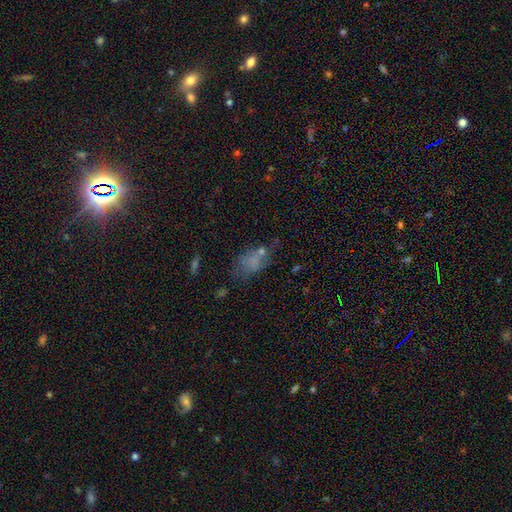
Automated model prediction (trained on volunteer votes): Smooth or featured: smooth — 52% (star or artifact — 31%)
How rounded: in between — 80% (round — 14%)
Merging: none — 51% (minor disturbance — 23%)